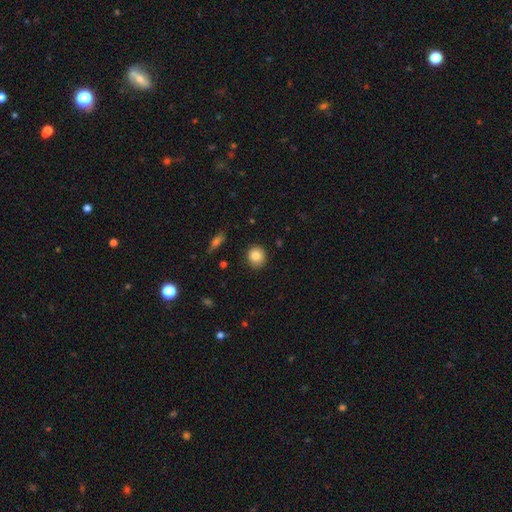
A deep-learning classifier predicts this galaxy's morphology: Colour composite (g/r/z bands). It shows a smooth galaxy with no disk features (85%) that is round (88%). Merging: none (88%).